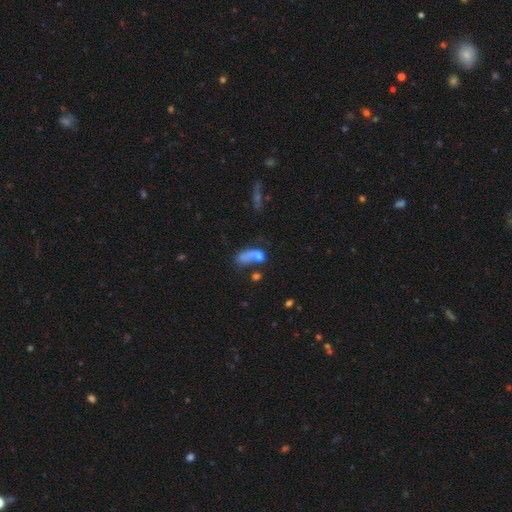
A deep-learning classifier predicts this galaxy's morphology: smooth-or-featured: smooth: 63% | featured or disk: 23% | star or artifact: 14%
  how-rounded: in between: 63% | round: 23% | cigar-shaped: 14%
  merging: merger: 36% | major disturbance: 26% | none: 25% | minor disturbance: 12%